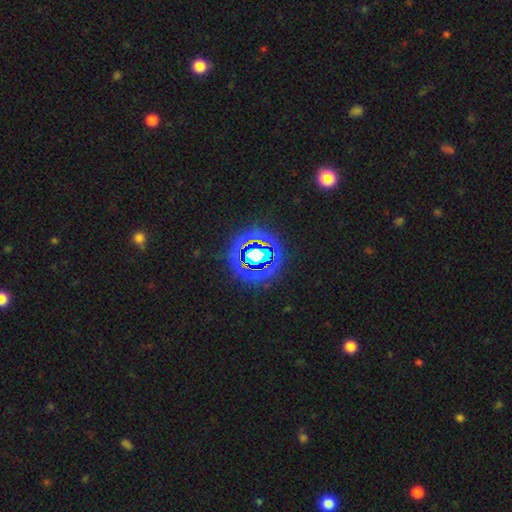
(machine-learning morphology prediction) Smooth or featured: star or artifact — 73% (smooth — 16%)